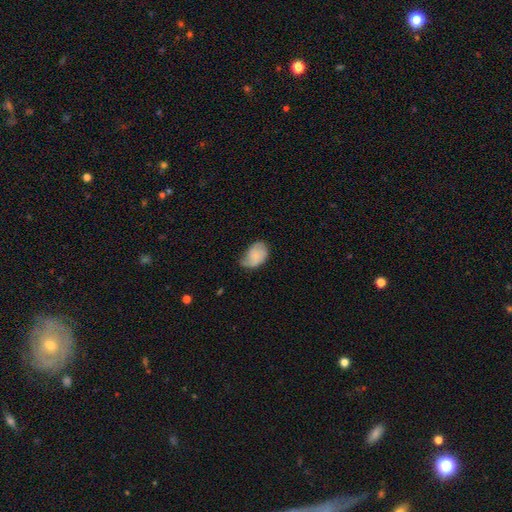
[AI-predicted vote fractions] Morphology: type=smooth (65%); roundness=in between (83%); merging=minor disturbance (44%).